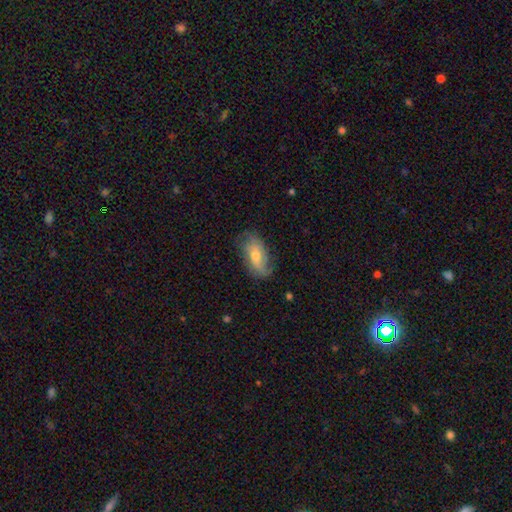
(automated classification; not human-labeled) Smooth or featured: featured or disk — 55% (smooth — 37%)
Edge-on disk: no — 89% (yes — 11%)
Merging: none — 67% (minor disturbance — 24%)